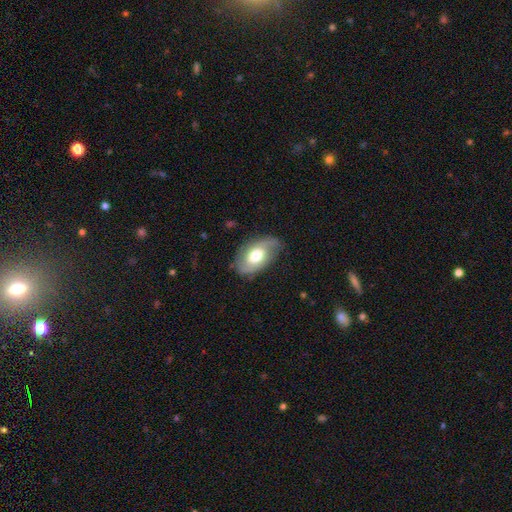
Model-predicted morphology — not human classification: A featured or disk galaxy (55%) with no bar (59%), spiral arms (74%) and a moderate central bulge (63%).

Vote fractions:
- Smooth or featured? featured or disk: 55% / smooth: 39% / star or artifact: 6%
- Edge-on disk? no: 92% / yes: 8%
- Bar? no: 59% / weak: 32% / strong: 8%
- Spiral arms? yes: 74% / no: 26%
- Bulge size? moderate: 63% / large: 26% / small: 8% / dominant: 2% / none: 1%
- Merging? none: 72% / minor disturbance: 21% / major disturbance: 6% / merger: 1%